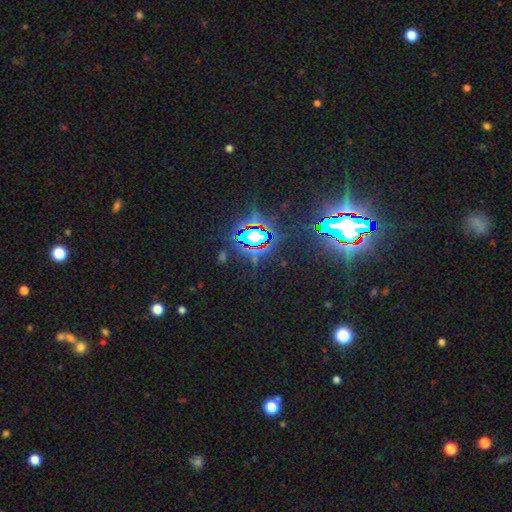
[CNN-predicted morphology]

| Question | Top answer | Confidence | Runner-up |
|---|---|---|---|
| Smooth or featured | star or artifact | 84% | smooth (9%) |